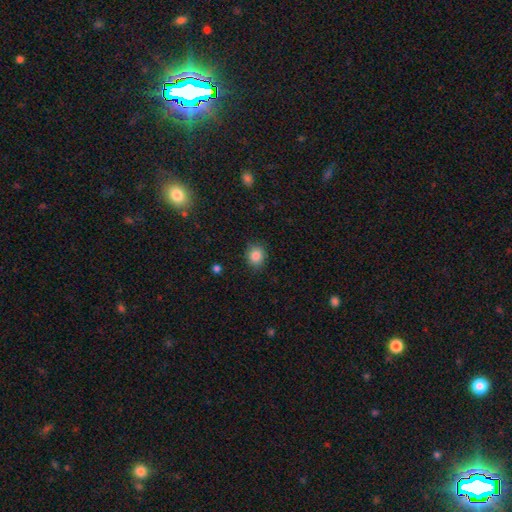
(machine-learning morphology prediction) type=smooth (86%); roundness=round (73%); merging=none (86%).